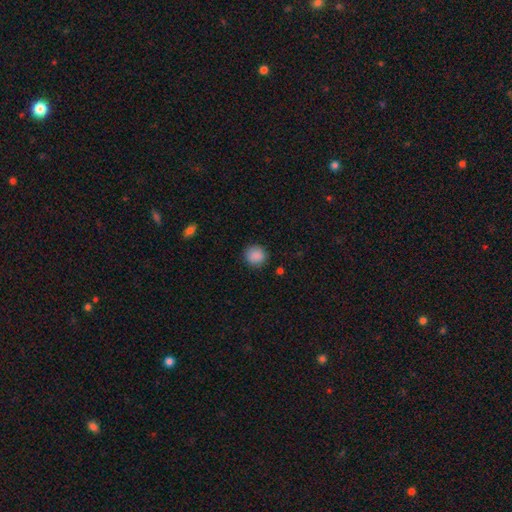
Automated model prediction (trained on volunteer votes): Smooth or featured? smooth (88%)
How rounded? round (90%)
Merging? none (89%)